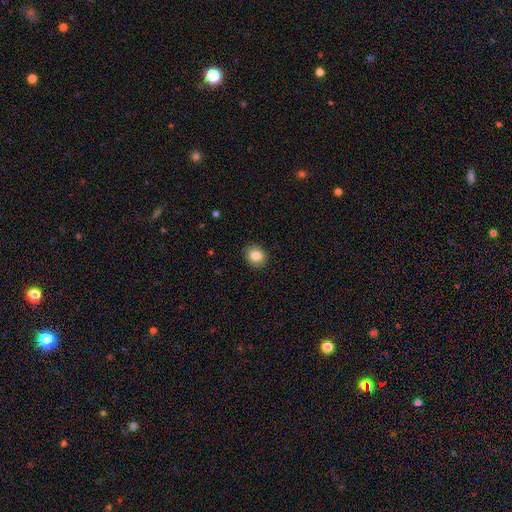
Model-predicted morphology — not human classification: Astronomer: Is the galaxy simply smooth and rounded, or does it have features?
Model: smooth — 84%.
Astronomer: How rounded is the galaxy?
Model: round — 71%.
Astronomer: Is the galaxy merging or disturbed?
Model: none — 89%.